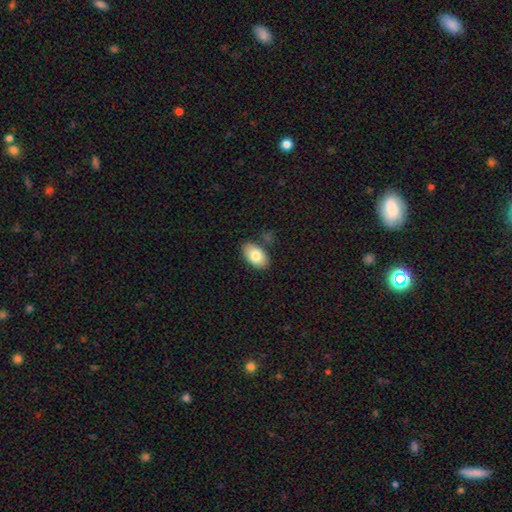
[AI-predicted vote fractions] Smooth or featured? smooth (80%)
How rounded? in between (93%)
Merging? none (80%)